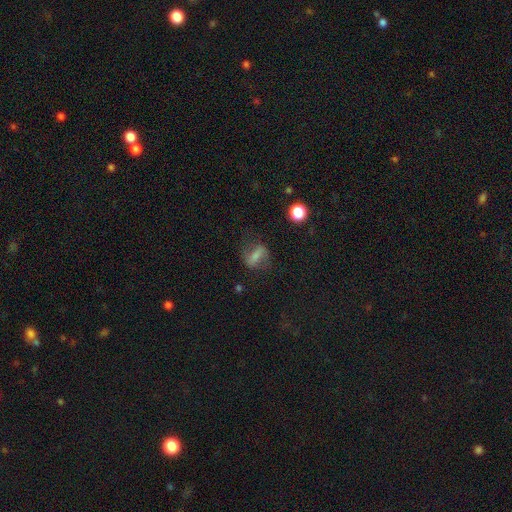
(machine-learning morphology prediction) type=featured or disk (43%); merging=none (71%).